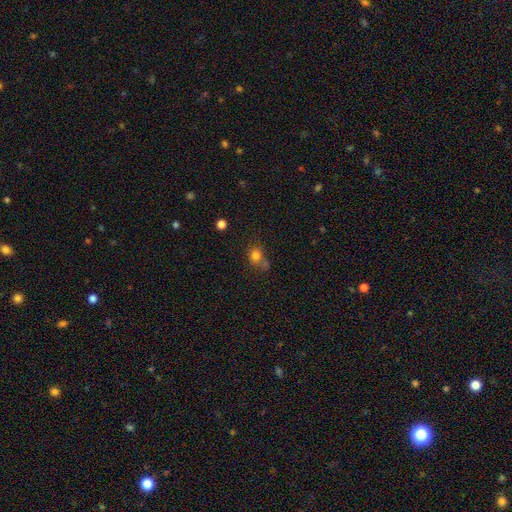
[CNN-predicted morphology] A smooth galaxy with no disk features (79%) that is round (76%).

Vote fractions:
- Smooth or featured? smooth: 79% / star or artifact: 13% / featured or disk: 7%
- How rounded? round: 76% / in between: 23% / cigar-shaped: 1%
- Merging? none: 52% / merger: 21% / minor disturbance: 18% / major disturbance: 8%